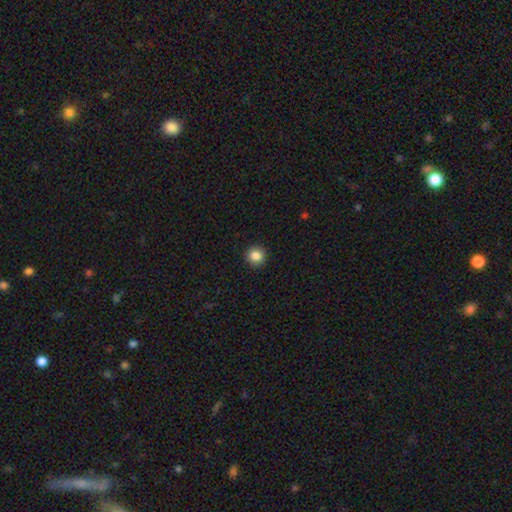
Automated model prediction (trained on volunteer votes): This appears to be a smooth galaxy with no disk features (86%) that is round (94%). Merging: none (93%).